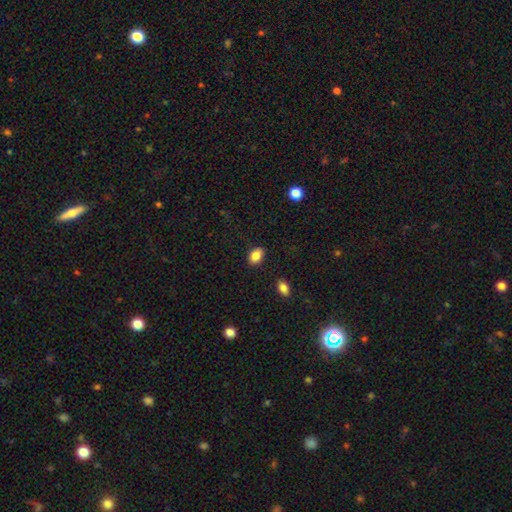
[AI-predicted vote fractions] Smooth or featured: smooth — 86% (star or artifact — 8%)
How rounded: in between — 80% (round — 18%)
Merging: none — 85% (minor disturbance — 10%)